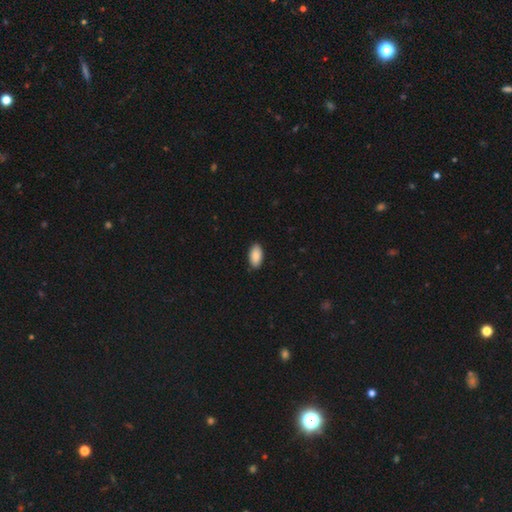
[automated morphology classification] type=smooth (89%); roundness=in between (95%); merging=none (88%).